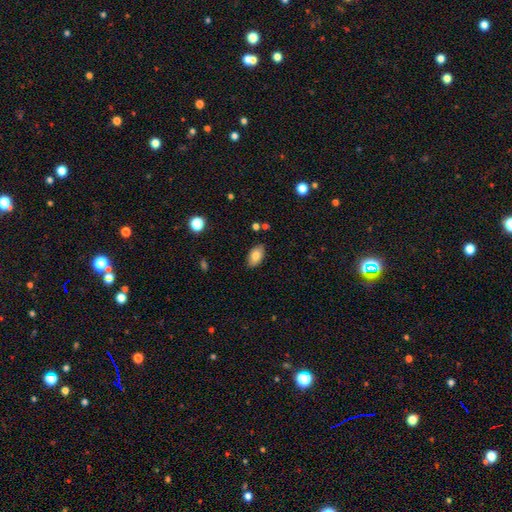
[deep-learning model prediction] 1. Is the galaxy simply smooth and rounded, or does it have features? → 80% smooth, 12% featured or disk, 8% star or artifact.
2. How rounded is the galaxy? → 93% in between, 5% round, 2% cigar-shaped.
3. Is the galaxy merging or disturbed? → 86% none, 10% minor disturbance, 2% major disturbance, 2% merger.